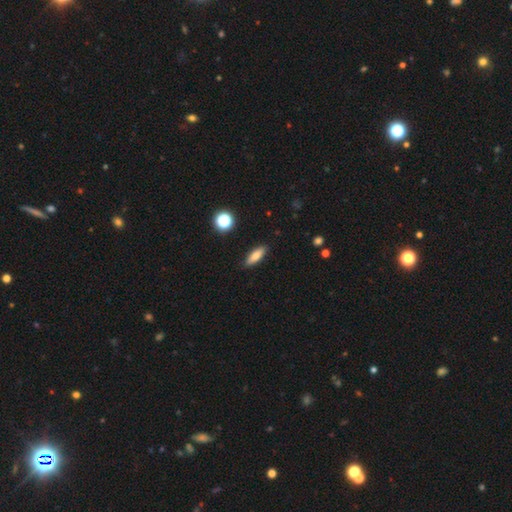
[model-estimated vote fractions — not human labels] This is likely a smooth galaxy (76%). How rounded: possibly in between (52%). Merging: clearly none (88%).